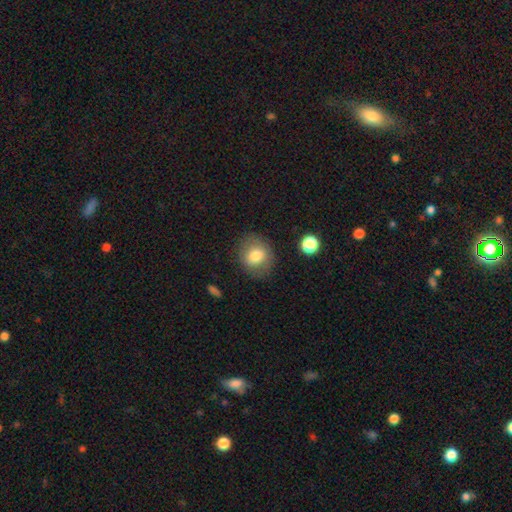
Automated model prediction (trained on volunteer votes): Overall: smooth (78%). How rounded: round (67%; in between 32%). Merging: none (79%).